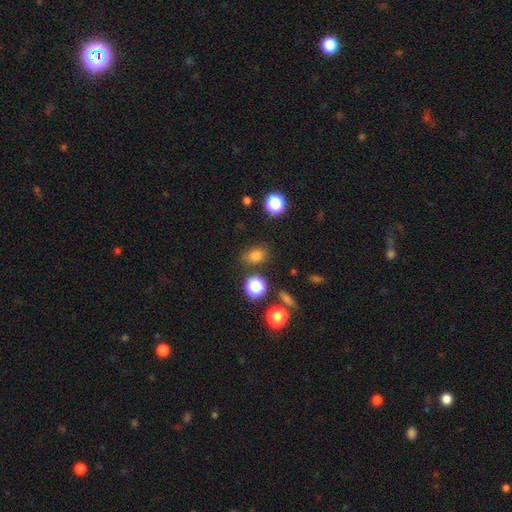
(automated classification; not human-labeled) Overall: smooth (78%). How rounded: in between (56%; round 42%). Merging: none (76%).